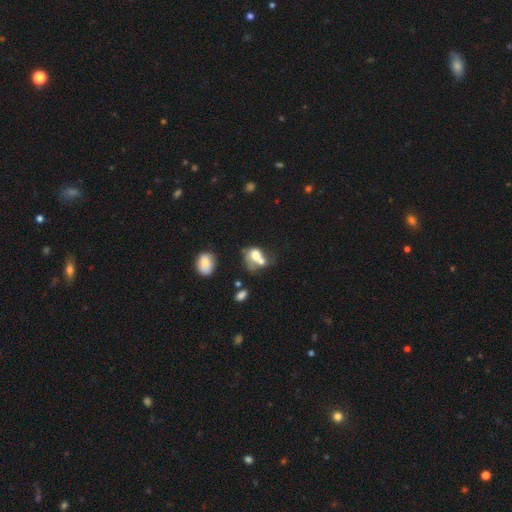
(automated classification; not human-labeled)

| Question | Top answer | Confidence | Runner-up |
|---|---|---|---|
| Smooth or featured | smooth | 63% | featured or disk (26%) |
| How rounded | in between | 56% | round (43%) |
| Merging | merger | 61% | none (15%) |